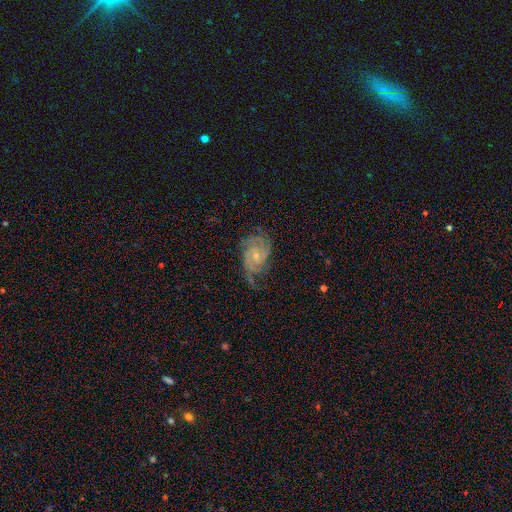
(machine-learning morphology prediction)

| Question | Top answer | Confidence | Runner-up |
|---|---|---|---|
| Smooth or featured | featured or disk | 87% | smooth (8%) |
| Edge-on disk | no | 98% | yes (2%) |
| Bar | no | 67% | weak (28%) |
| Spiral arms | yes | 97% | no (3%) |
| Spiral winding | tight | 55% | medium (36%) |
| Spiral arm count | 2 | 38% | 3 (29%) |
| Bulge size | small | 64% | moderate (32%) |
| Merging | none | 62% | minor disturbance (24%) |